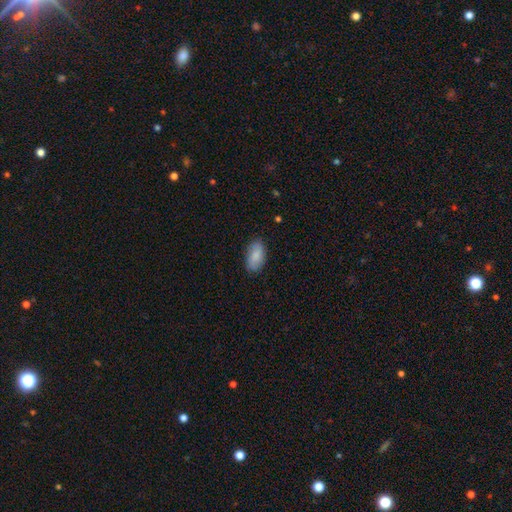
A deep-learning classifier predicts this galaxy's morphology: smooth_or_featured: smooth (p=0.82) [alt: featured or disk p=0.11]
how_rounded: in between (p=0.94) [alt: round p=0.03]
merging: none (p=0.81) [alt: minor disturbance p=0.15]